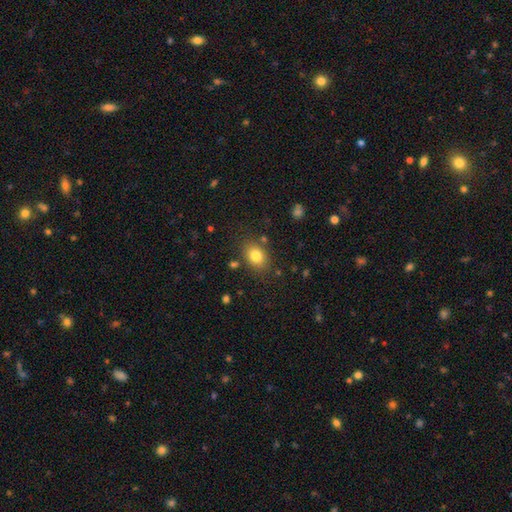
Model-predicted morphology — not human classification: Overall: smooth (81%). How rounded: in between (67%; round 32%). Merging: none (81%).